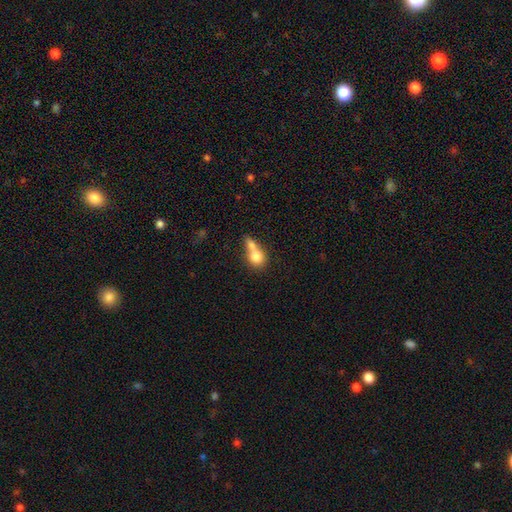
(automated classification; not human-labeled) Smooth or featured: smooth — 76% (featured or disk — 16%)
How rounded: round — 63% (in between — 34%)
Merging: merger — 64% (none — 23%)